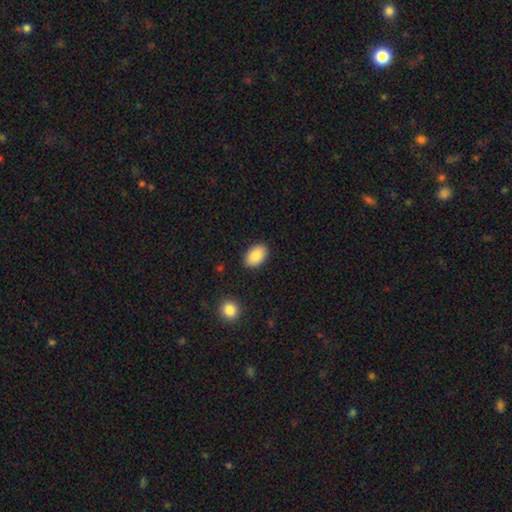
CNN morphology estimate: Smooth or featured? smooth (88%)
How rounded? in between (90%)
Merging? none (87%)